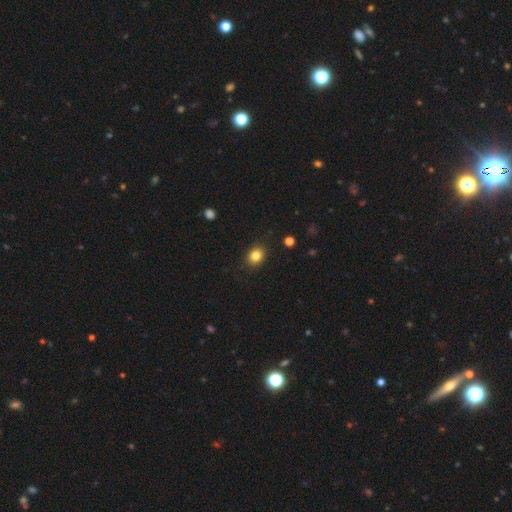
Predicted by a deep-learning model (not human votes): smooth_or_featured: smooth (p=0.84) [alt: star or artifact p=0.10]
how_rounded: round (p=0.57) [alt: in between p=0.42]
merging: none (p=0.87) [alt: minor disturbance p=0.09]